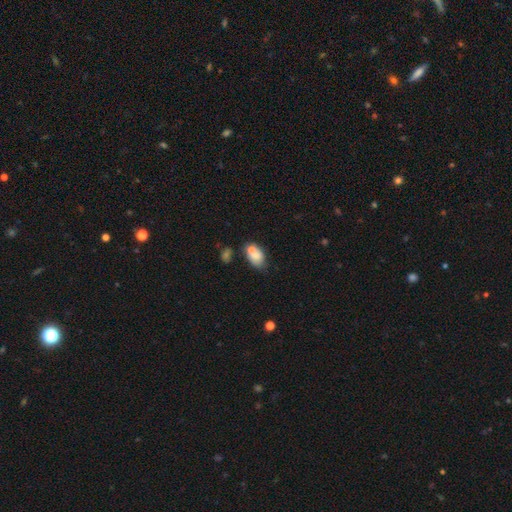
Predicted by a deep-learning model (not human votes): Morphology: type=smooth (72%); roundness=in between (82%); merging=none (36%).